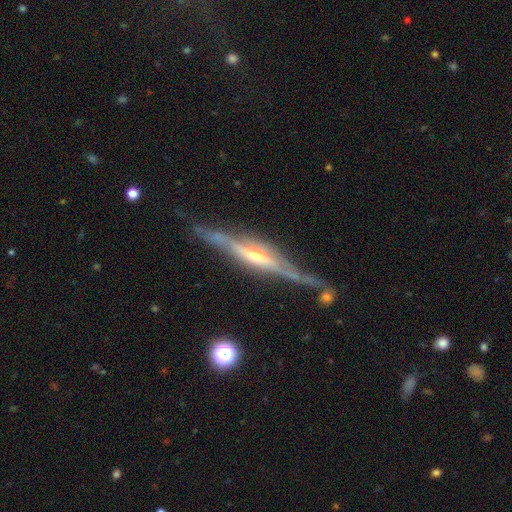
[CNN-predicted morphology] Smooth or featured? Predicted: featured or disk (p=0.85). Edge-on disk? Predicted: yes (p=0.93). Edge-on bulge? Predicted: rounded (p=0.69). Merging? Predicted: none (p=0.70).